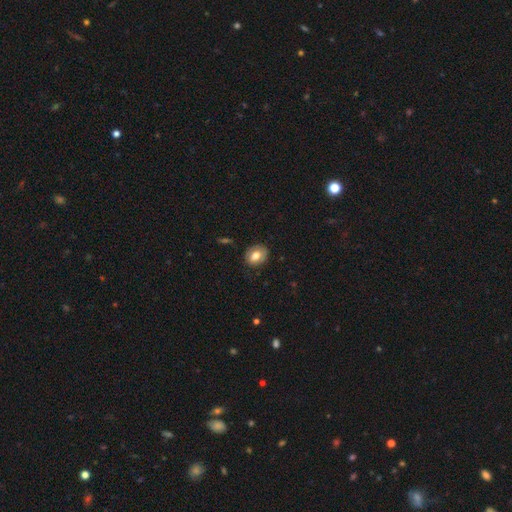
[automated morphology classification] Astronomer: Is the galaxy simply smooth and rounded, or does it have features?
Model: smooth — 72%.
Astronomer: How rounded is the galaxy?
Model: in between — 55% (runner-up: round, 44%).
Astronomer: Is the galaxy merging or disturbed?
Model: none — 83%.